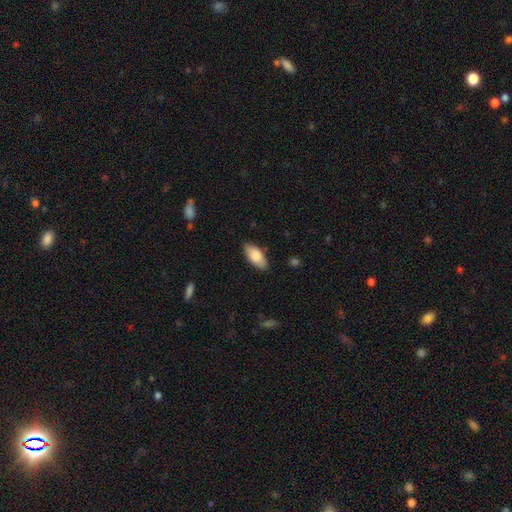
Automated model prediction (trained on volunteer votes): smooth 82%, featured or disk 12%, star or artifact 6%. Down the decision tree: how rounded — in between (88%); merging — none (85%).